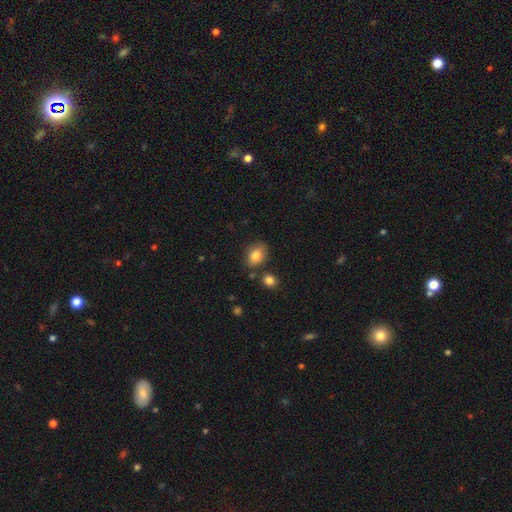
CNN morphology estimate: Q: Smooth or featured?
A: smooth (82%); runner-up: featured or disk (9%)
Q: How rounded?
A: in between (75%); runner-up: round (24%)
Q: Merging?
A: none (73%); runner-up: minor disturbance (16%)